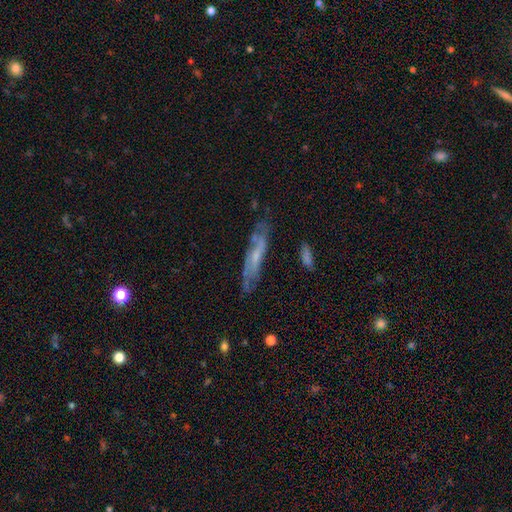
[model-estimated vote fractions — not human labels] This appears to be a featured or disk galaxy (66%). Merging: none (70%).